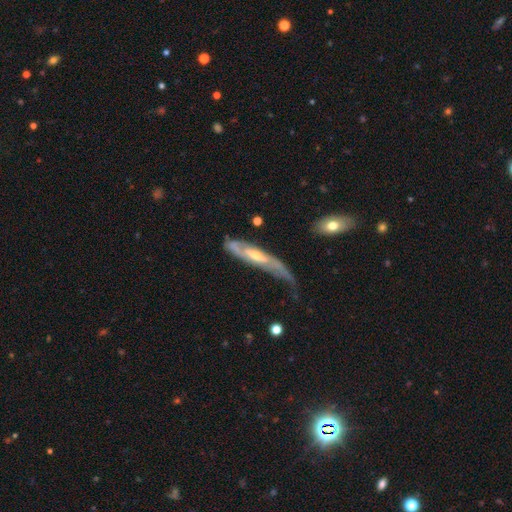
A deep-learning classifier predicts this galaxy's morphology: Smooth or featured: featured or disk — 74% (smooth — 21%)
Edge-on disk: no — 60% (yes — 40%)
Merging: none — 36% (minor disturbance — 35%)